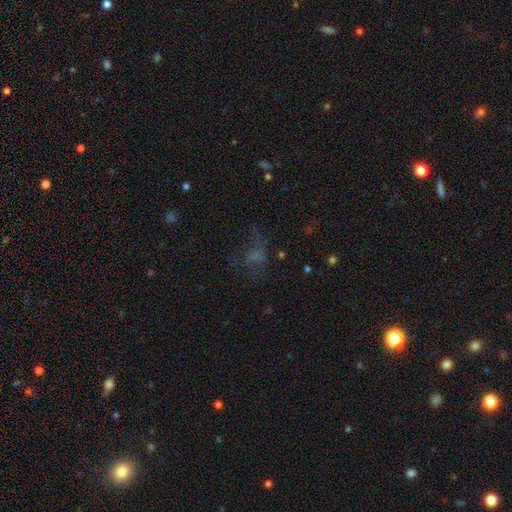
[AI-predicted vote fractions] A star or artifact, not a galaxy (37%).